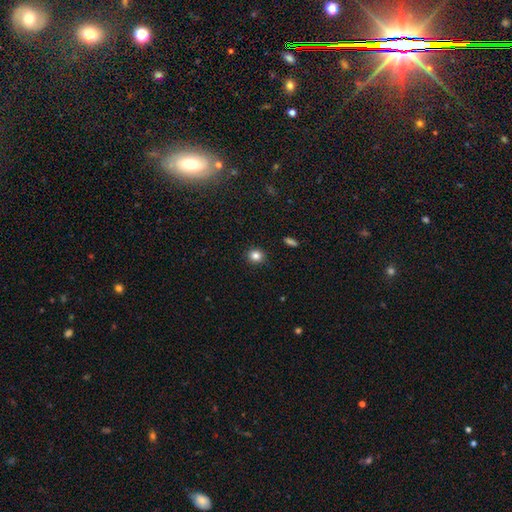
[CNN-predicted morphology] Q: Smooth or featured?
A: smooth (83%); runner-up: star or artifact (12%)
Q: How rounded?
A: round (87%); runner-up: in between (12%)
Q: Merging?
A: none (91%); runner-up: minor disturbance (6%)